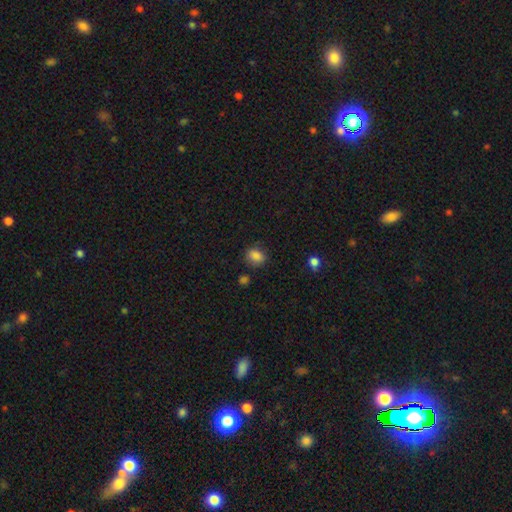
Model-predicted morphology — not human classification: Smooth or featured: smooth — 84% (star or artifact — 11%)
How rounded: in between — 57% (round — 42%)
Merging: none — 76% (minor disturbance — 16%)